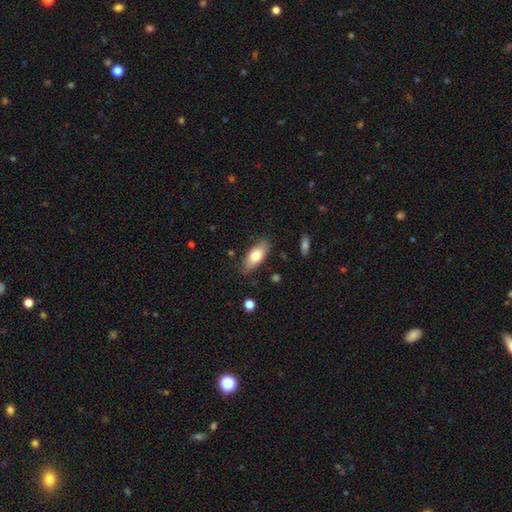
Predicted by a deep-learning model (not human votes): smooth_or_featured: smooth (p=0.76) [alt: featured or disk p=0.17]
how_rounded: in between (p=0.81) [alt: cigar-shaped p=0.17]
merging: none (p=0.82) [alt: minor disturbance p=0.13]